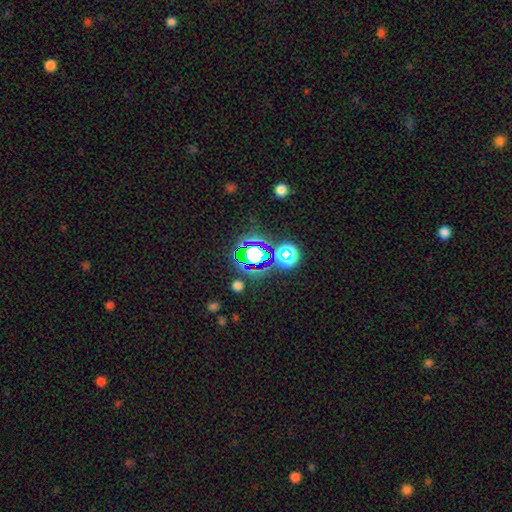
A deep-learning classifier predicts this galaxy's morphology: smooth_or_featured: star or artifact (p=0.64) [alt: smooth p=0.25]